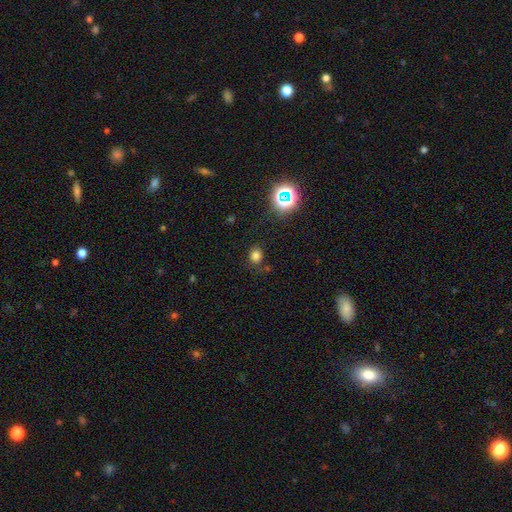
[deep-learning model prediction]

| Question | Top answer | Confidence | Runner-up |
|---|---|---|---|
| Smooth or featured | smooth | 74% | star or artifact (20%) |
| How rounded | round | 71% | in between (28%) |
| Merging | none | 77% | minor disturbance (14%) |